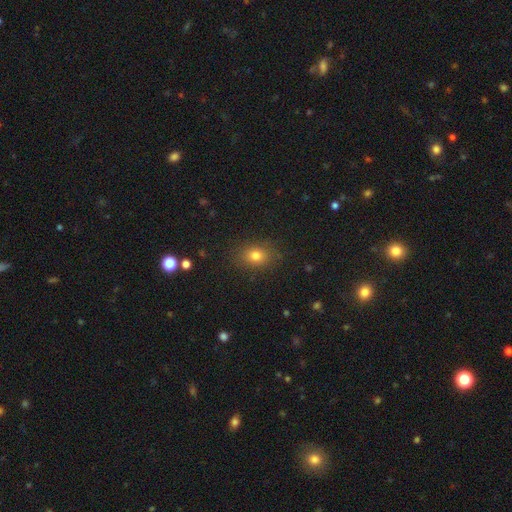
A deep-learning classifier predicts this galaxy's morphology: smooth-or-featured: smooth: 78% | star or artifact: 13% | featured or disk: 8%
  how-rounded: in between: 57% | round: 41% | cigar-shaped: 1%
  merging: none: 86% | minor disturbance: 10% | major disturbance: 3% | merger: 1%